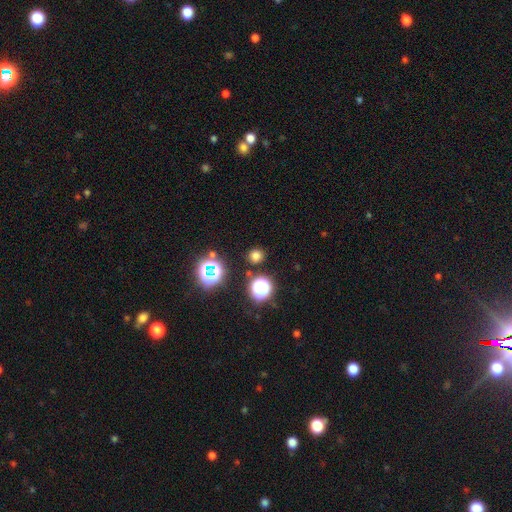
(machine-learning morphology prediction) Smooth or featured?
  - smooth: 71% *
  - star or artifact: 24%
  - featured or disk: 5%
How rounded?
  - round: 86% *
  - in between: 13%
  - cigar-shaped: 1%
Merging?
  - none: 87% *
  - minor disturbance: 7%
  - merger: 3%
  - major disturbance: 3%